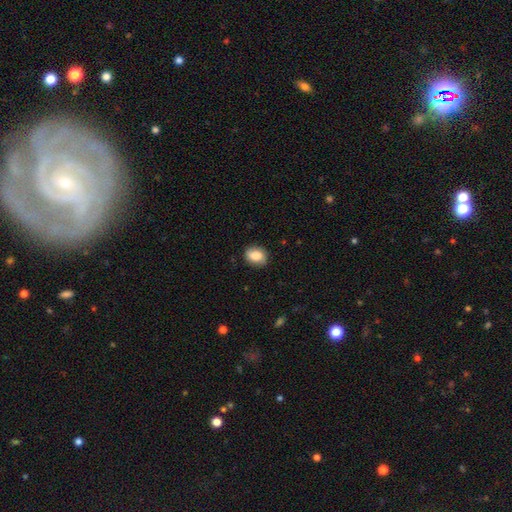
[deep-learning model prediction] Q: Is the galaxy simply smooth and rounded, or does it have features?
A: smooth — 83%.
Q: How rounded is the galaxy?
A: in between — 62%.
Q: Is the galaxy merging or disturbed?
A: none — 84%.